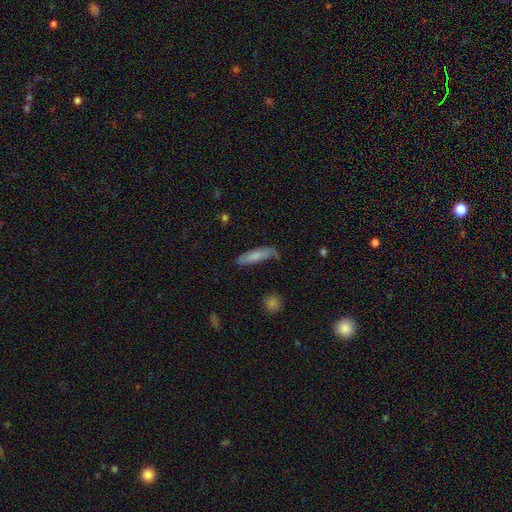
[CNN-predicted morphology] The model was most divided on "how rounded": cigar-shaped: 66%, in between: 32%, round: 2%. More confident: smooth or featured — smooth (72%); merging — none (62%).